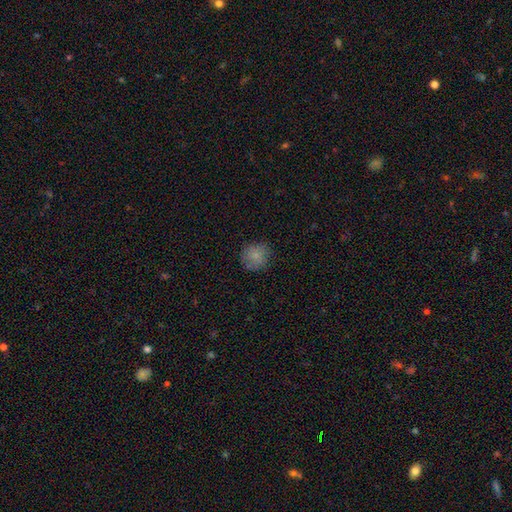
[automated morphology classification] This is clearly a smooth galaxy (81%). How rounded: clearly round (89%). Merging: clearly none (82%).